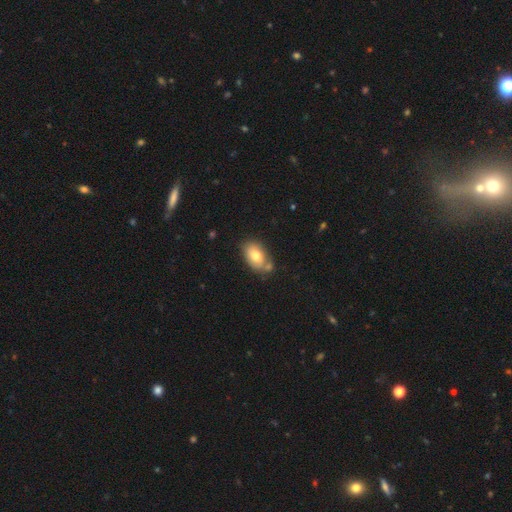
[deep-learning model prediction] smooth_or_featured: smooth (p=0.77) [alt: featured or disk p=0.16]
how_rounded: in between (p=0.89) [alt: round p=0.10]
merging: none (p=0.61) [alt: minor disturbance p=0.20]